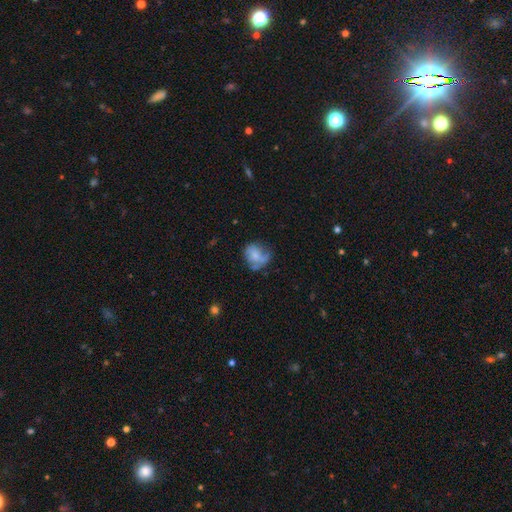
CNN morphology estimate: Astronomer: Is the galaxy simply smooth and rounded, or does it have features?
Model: smooth — 51% (runner-up: featured or disk, 39%).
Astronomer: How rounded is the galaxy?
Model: round — 57% (runner-up: in between, 42%).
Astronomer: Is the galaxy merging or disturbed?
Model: none — 41% (runner-up: minor disturbance, 29%).